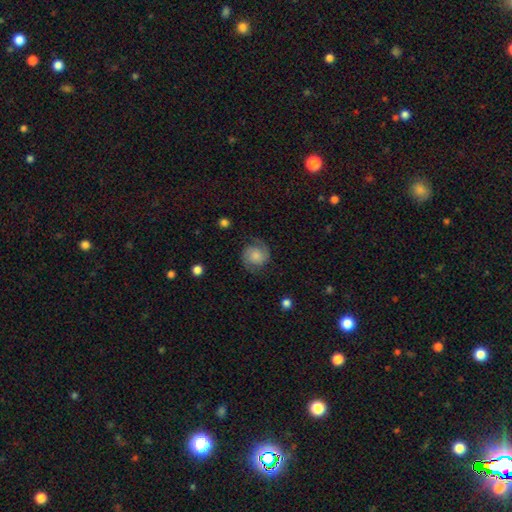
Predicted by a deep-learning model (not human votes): Morphology: type=featured or disk (61%); edge-on=no (98%); bar=no (72%); spiral arms=yes (94%); winding=medium (46%); arm count=2 (89%); bulge=small (31%); merging=none (76%).